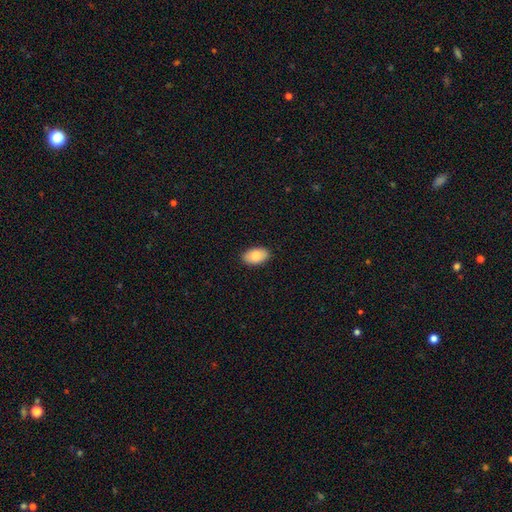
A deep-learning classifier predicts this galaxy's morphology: smooth_or_featured: smooth (p=0.81) [alt: featured or disk p=0.13]
how_rounded: in between (p=0.93) [alt: round p=0.06]
merging: none (p=0.90) [alt: minor disturbance p=0.08]